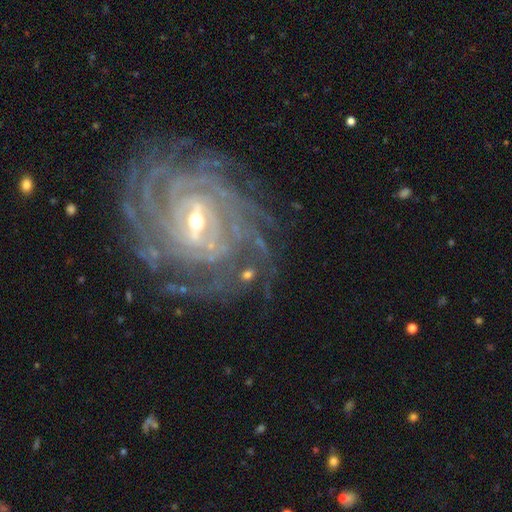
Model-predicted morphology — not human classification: Overall: featured or disk (91%). Edge-on disk: no (97%). Bar: weak (44%; strong 41%). Spiral arms: yes (98%). Spiral arm count: more than 4 (28%; can't tell 22%). Spiral winding: tight (78%). Bulge size: small (54%; moderate 42%). Merging: none (74%).